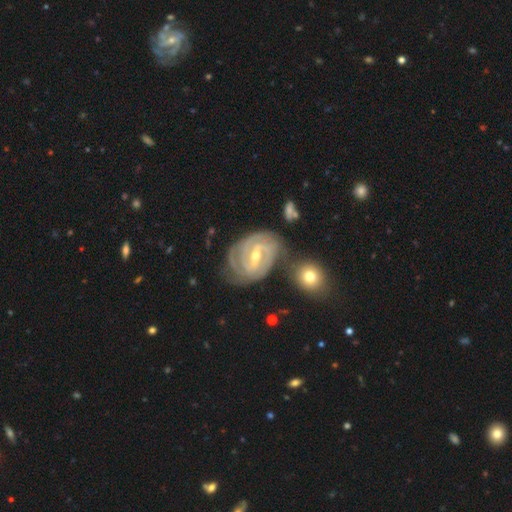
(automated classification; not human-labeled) featured or disk 90%, smooth 5%, star or artifact 5%. Down the decision tree: edge-on disk — no (97%); bar — strong (45%); spiral arms — yes (97%); spiral arm count — 3 (31%); spiral winding — tight (72%); bulge size — moderate (52%); merging — none (69%).